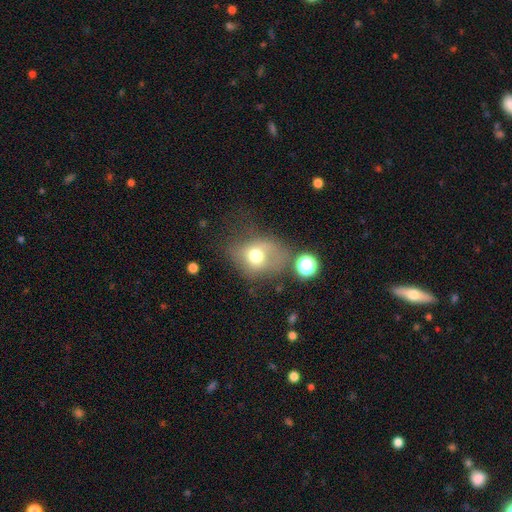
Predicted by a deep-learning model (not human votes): Smooth or featured? smooth (67%)
How rounded? round (51%)
Merging? none (34%)